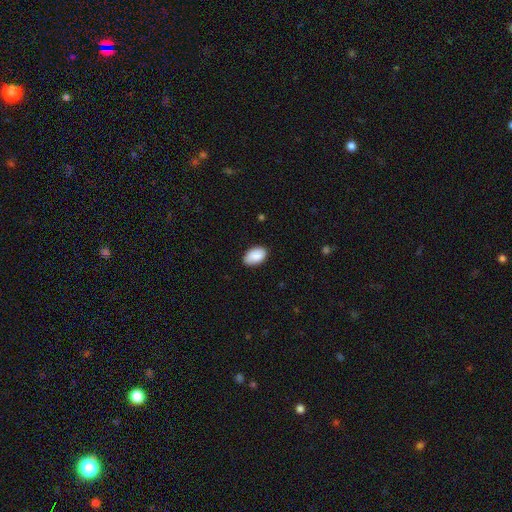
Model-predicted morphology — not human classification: smooth-or-featured: smooth: 89% | star or artifact: 6% | featured or disk: 5%
  how-rounded: in between: 94% | round: 5% | cigar-shaped: 1%
  merging: none: 84% | minor disturbance: 13% | major disturbance: 2% | merger: 1%